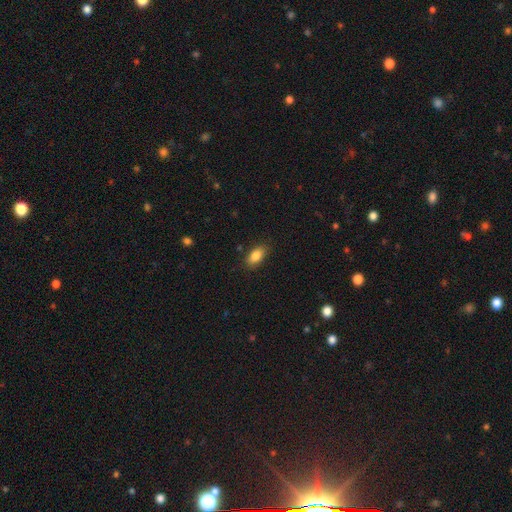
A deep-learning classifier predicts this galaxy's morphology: Overall: smooth (86%). How rounded: in between (90%). Merging: none (84%).